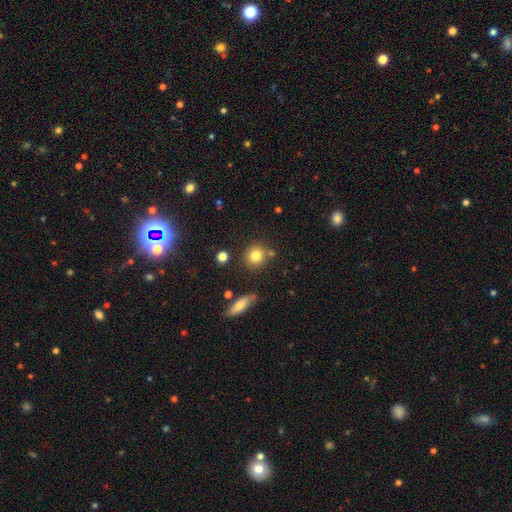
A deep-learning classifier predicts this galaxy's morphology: The model was most divided on "merging": none: 78%, minor disturbance: 10%, merger: 9%, major disturbance: 3%. More confident: how rounded — round (87%); smooth or featured — smooth (80%).